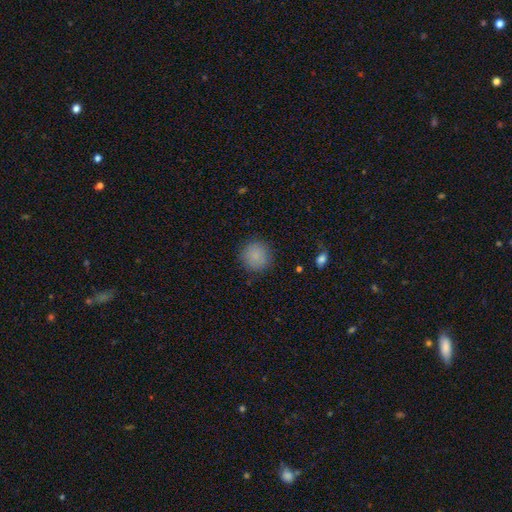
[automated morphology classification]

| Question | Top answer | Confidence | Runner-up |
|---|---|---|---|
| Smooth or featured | smooth | 86% | star or artifact (9%) |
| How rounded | round | 94% | in between (5%) |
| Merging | none | 88% | minor disturbance (8%) |